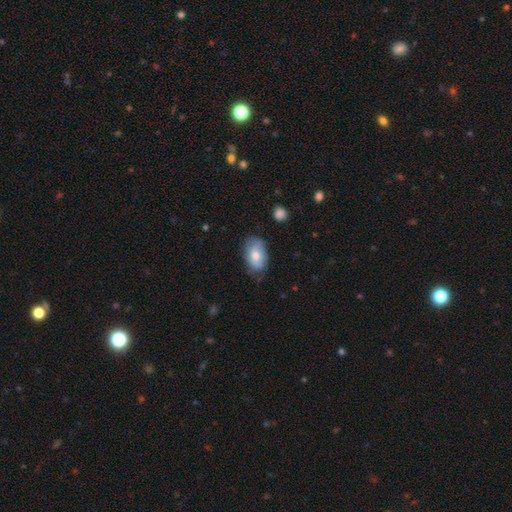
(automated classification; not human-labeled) smooth_or_featured: smooth (p=0.70) [alt: featured or disk p=0.24]
how_rounded: in between (p=0.90) [alt: round p=0.09]
merging: none (p=0.62) [alt: minor disturbance p=0.29]